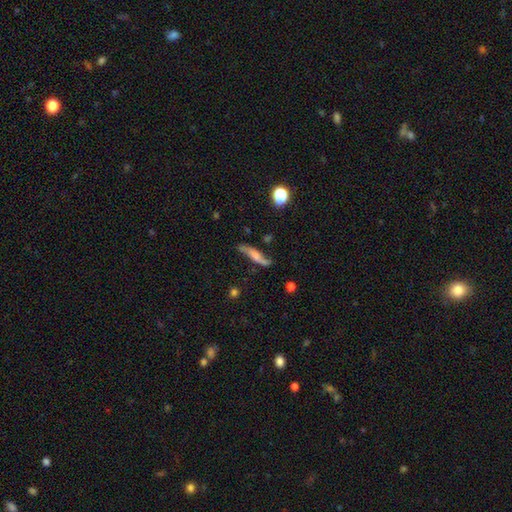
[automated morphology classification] Smooth or featured? featured or disk (49%)
Merging? none (62%)